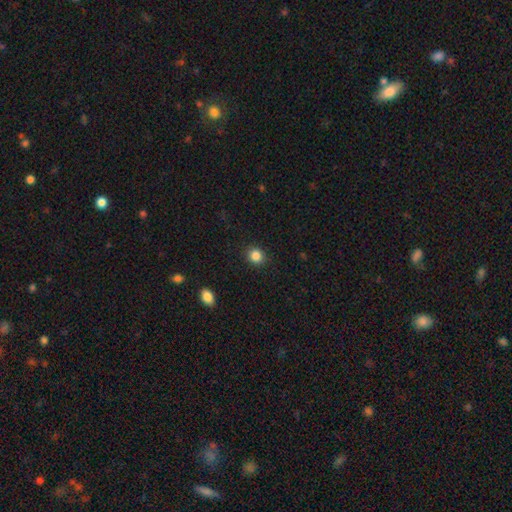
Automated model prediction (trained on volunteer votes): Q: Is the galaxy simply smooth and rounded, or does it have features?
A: smooth — 85%.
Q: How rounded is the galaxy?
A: round — 81%.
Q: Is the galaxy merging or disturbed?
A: none — 90%.